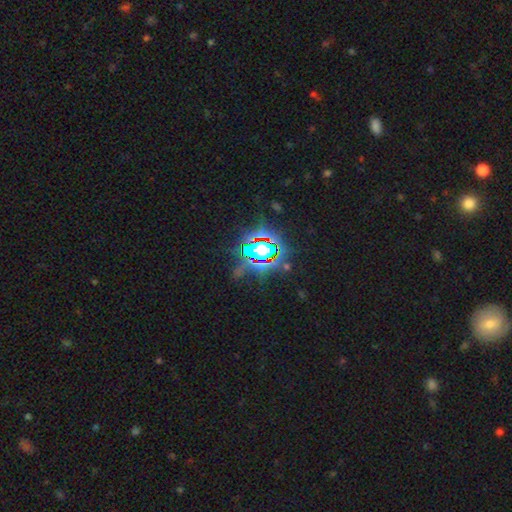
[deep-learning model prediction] Smooth or featured: star or artifact — 76% (smooth — 12%)